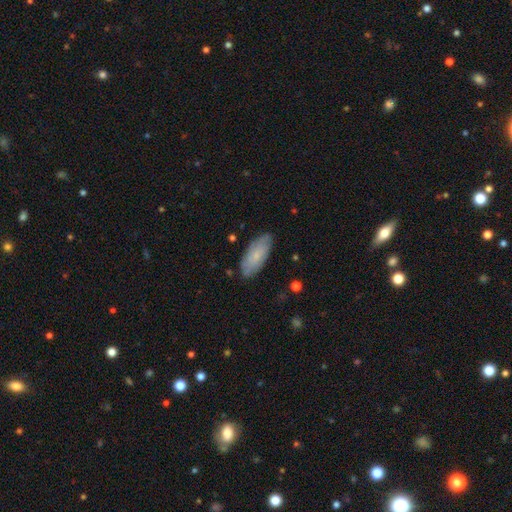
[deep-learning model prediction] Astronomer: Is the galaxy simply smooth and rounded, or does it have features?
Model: smooth — 68%.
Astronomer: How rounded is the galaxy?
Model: in between — 85%.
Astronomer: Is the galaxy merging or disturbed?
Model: none — 81%.